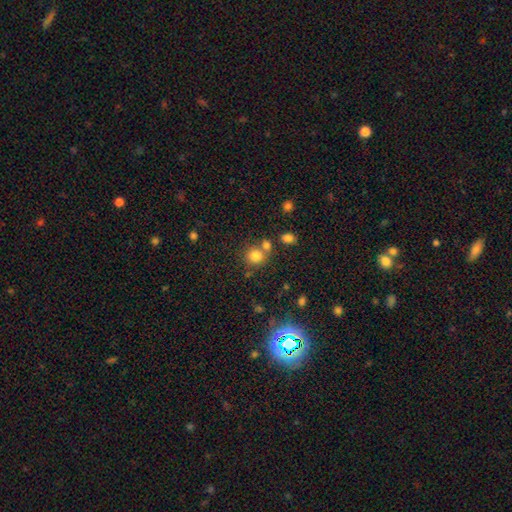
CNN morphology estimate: A smooth galaxy with no disk features (81%) that is round (85%).

Vote fractions:
- Smooth or featured? smooth: 81% / star or artifact: 13% / featured or disk: 6%
- How rounded? round: 85% / in between: 14% / cigar-shaped: 1%
- Merging? none: 60% / merger: 27% / minor disturbance: 9% / major disturbance: 4%